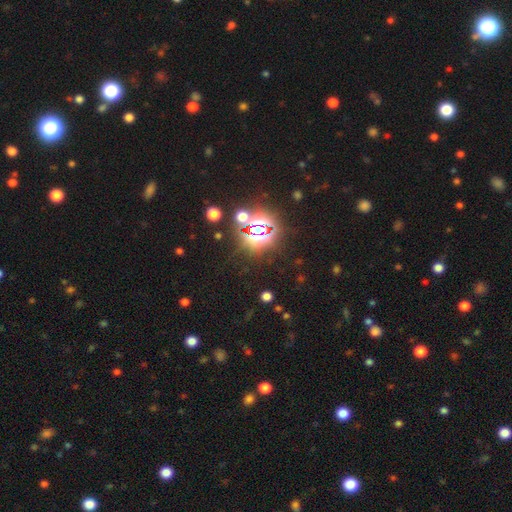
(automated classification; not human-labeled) A star or artifact, not a galaxy (82%).